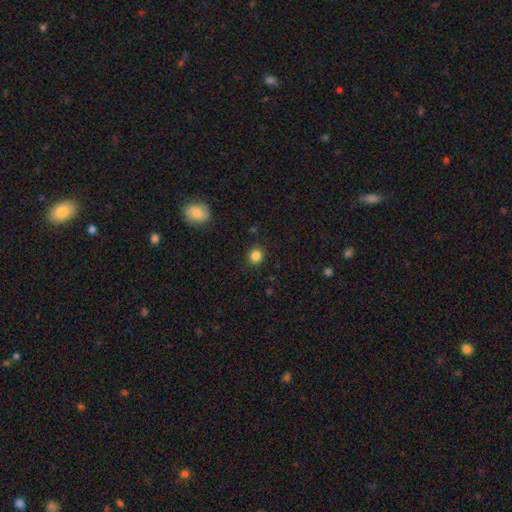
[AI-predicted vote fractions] This is clearly a smooth galaxy (84%). How rounded: clearly round (87%). Merging: clearly none (91%).